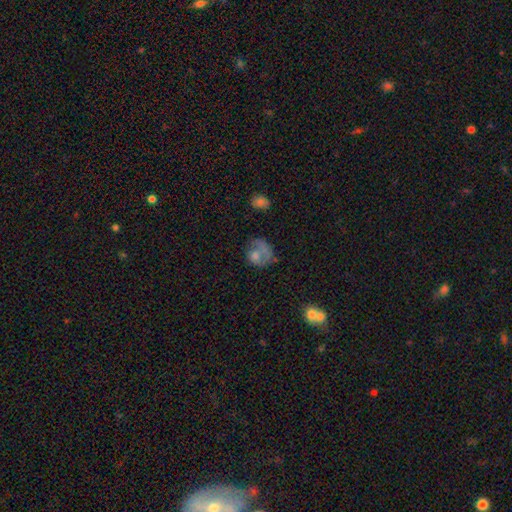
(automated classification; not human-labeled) Smooth or featured?
  - smooth: 57% *
  - featured or disk: 32%
  - star or artifact: 11%
How rounded?
  - round: 60% *
  - in between: 38%
  - cigar-shaped: 1%
Merging?
  - none: 35% *
  - major disturbance: 33%
  - minor disturbance: 24%
  - merger: 7%